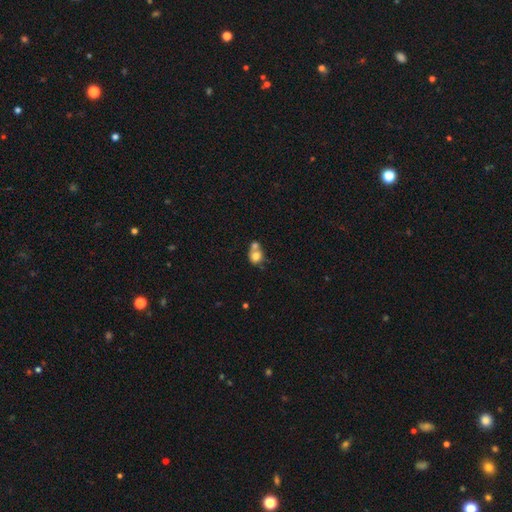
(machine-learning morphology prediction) smooth 74%, featured or disk 17%, star or artifact 9%. Down the decision tree: how rounded — round (67%); merging — merger (58%).